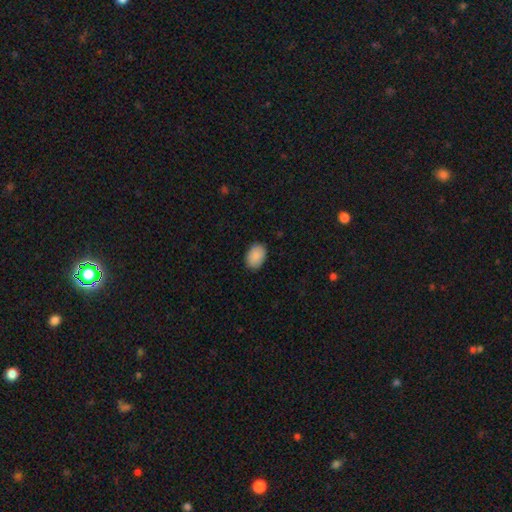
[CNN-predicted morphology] Q: Smooth or featured?
A: smooth (89%); runner-up: star or artifact (7%)
Q: How rounded?
A: in between (81%); runner-up: round (18%)
Q: Merging?
A: none (87%); runner-up: minor disturbance (10%)